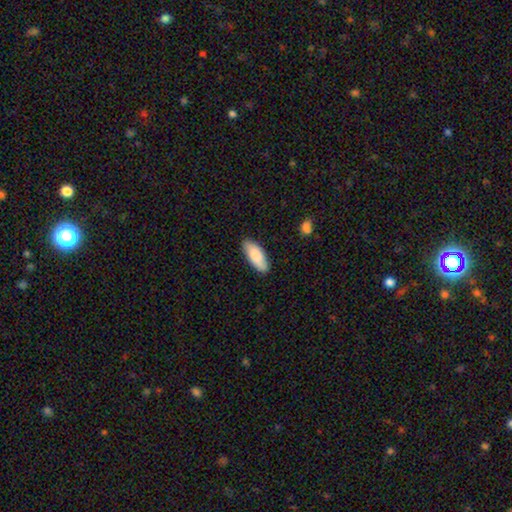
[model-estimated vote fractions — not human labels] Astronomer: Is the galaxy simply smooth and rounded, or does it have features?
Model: smooth — 86%.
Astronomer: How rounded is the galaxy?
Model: in between — 78%.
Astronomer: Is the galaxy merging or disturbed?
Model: none — 85%.